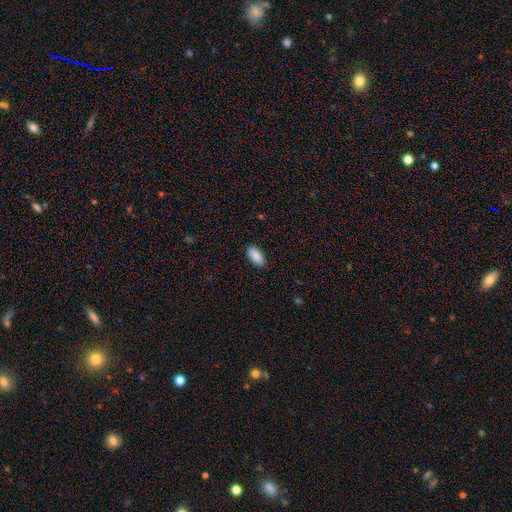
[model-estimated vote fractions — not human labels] This is clearly a smooth galaxy (90%). How rounded: clearly in between (93%). Merging: clearly none (88%).